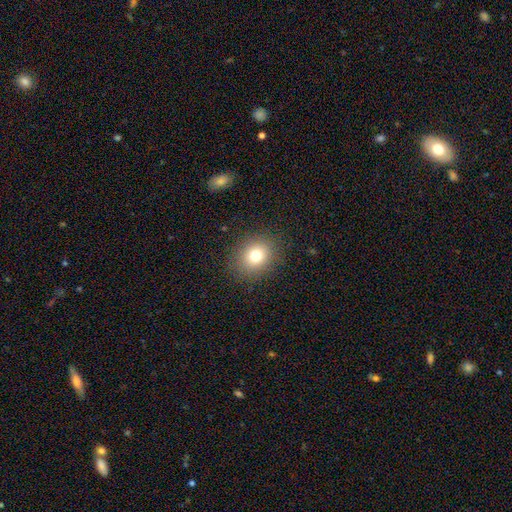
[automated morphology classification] type=smooth (77%); roundness=round (69%); merging=none (87%).